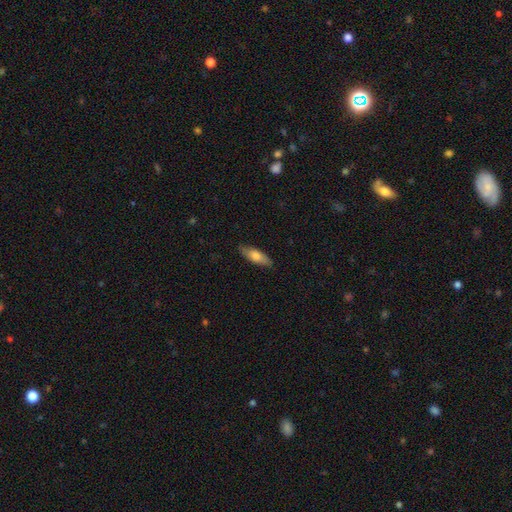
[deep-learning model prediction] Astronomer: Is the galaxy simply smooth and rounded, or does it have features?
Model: smooth — 69%.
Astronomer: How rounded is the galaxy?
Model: in between — 55% (runner-up: cigar-shaped, 43%).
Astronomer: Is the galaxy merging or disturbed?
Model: none — 86%.